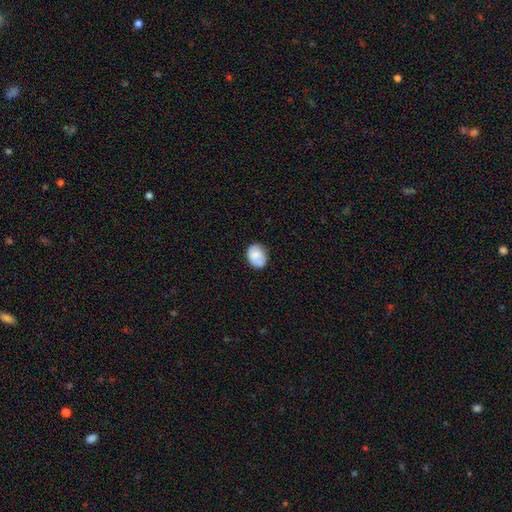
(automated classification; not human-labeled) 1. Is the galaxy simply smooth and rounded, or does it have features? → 81% smooth, 12% featured or disk, 7% star or artifact.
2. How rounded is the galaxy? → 64% in between, 35% round, 1% cigar-shaped.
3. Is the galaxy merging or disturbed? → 76% none, 19% minor disturbance, 4% major disturbance, 2% merger.